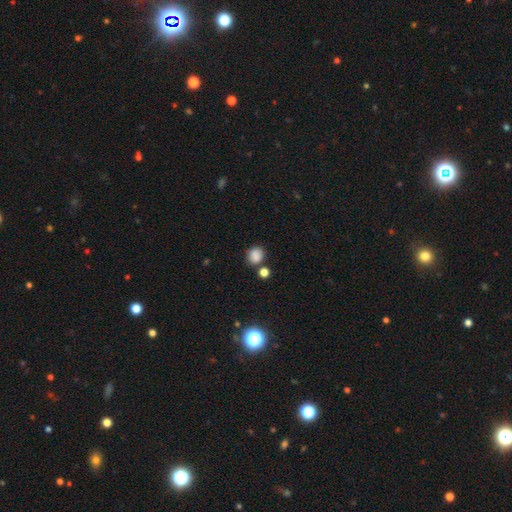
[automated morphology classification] This is clearly a smooth galaxy (84%). How rounded: likely round (75%). Merging: likely none (73%).